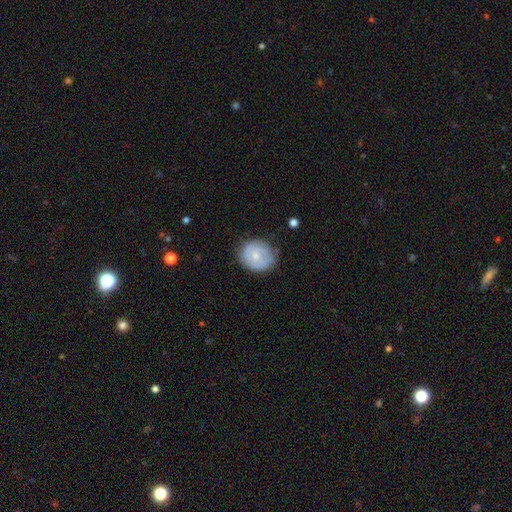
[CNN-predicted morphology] smooth_or_featured: smooth (p=0.56) [alt: featured or disk p=0.38]
how_rounded: round (p=0.85) [alt: in between p=0.14]
merging: none (p=0.73) [alt: minor disturbance p=0.20]